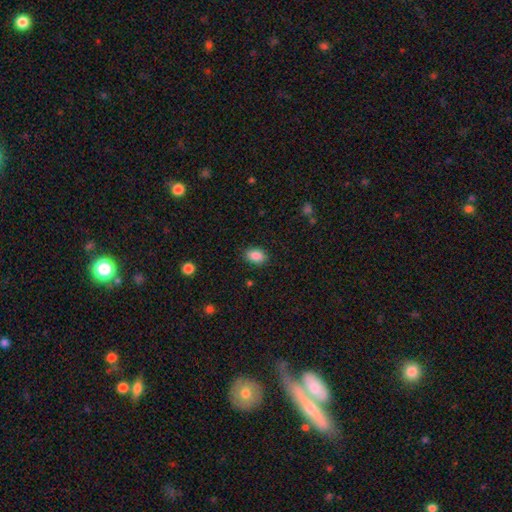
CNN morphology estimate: This is clearly a smooth galaxy (88%). How rounded: clearly in between (84%). Merging: clearly none (87%).